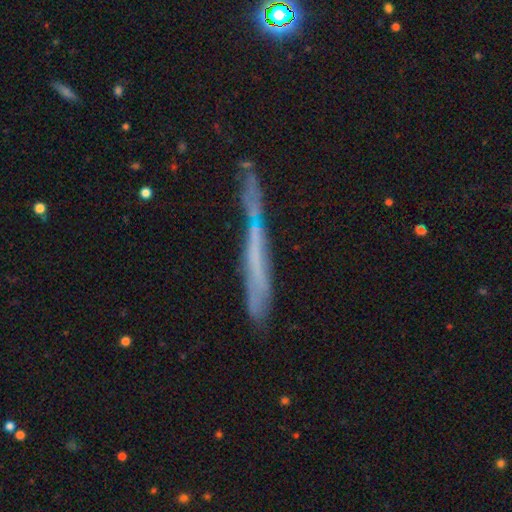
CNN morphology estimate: featured or disk 51%, smooth 36%, star or artifact 13%. Down the decision tree: edge-on disk — yes (84%); merging — none (65%).